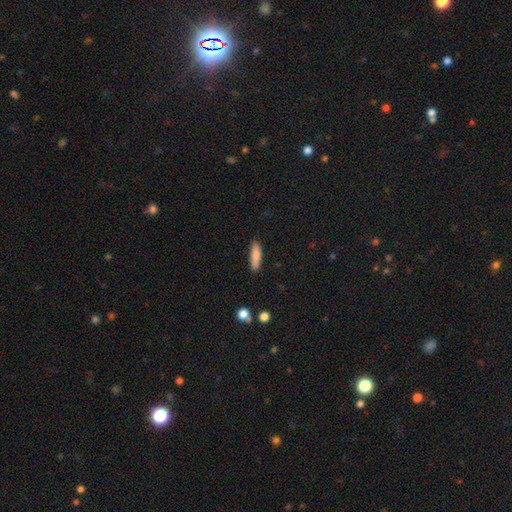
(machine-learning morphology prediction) A smooth galaxy with no disk features (84%) that is cigar-shaped (66%).

Vote fractions:
- Smooth or featured? smooth: 84% / featured or disk: 9% / star or artifact: 6%
- How rounded? cigar-shaped: 66% / in between: 32% / round: 2%
- Merging? none: 87% / minor disturbance: 10% / major disturbance: 2% / merger: 2%